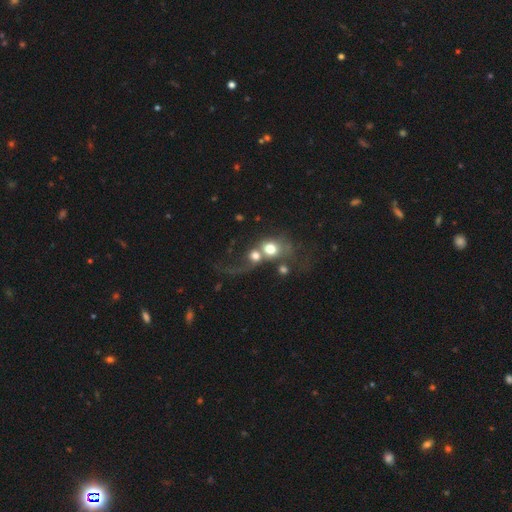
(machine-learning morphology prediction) Overall: smooth (55%; featured or disk 32%). How rounded: round (72%). Merging: merger (62%).